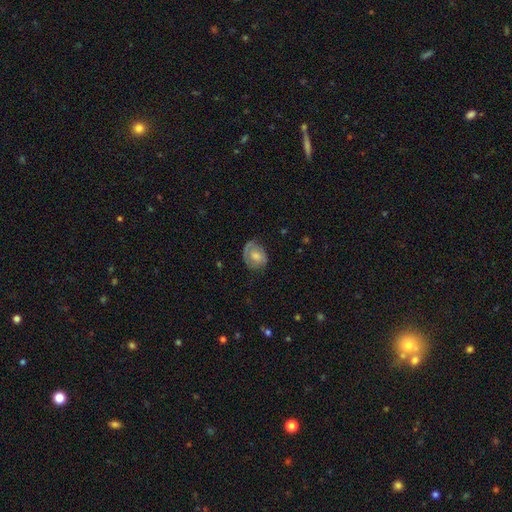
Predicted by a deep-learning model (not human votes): Smooth or featured? smooth (52%)
How rounded? in between (53%)
Merging? none (58%)